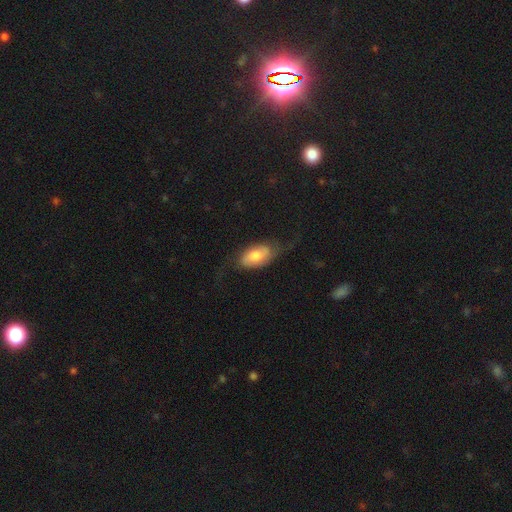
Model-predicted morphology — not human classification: This appears to be a smooth galaxy with no disk features (49%). Merging: none (53%).